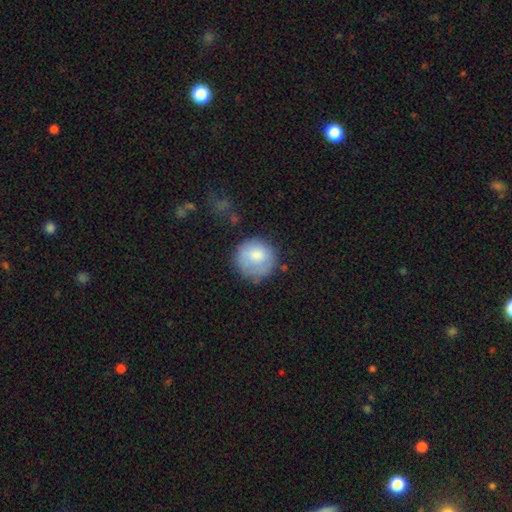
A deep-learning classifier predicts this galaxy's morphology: Smooth or featured?
  - smooth: 76% *
  - featured or disk: 17%
  - star or artifact: 7%
How rounded?
  - round: 92% *
  - in between: 7%
  - cigar-shaped: 1%
Merging?
  - none: 68% *
  - minor disturbance: 20%
  - major disturbance: 9%
  - merger: 3%